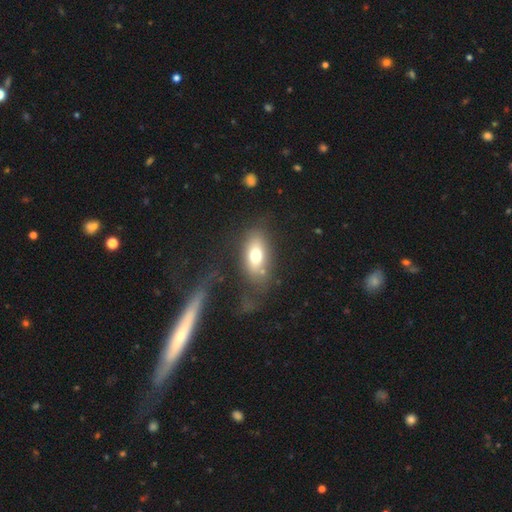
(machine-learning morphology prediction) This appears to be a smooth galaxy with no disk features (69%) that is in between round and cigar-shaped (86%). Merging: none (53%).